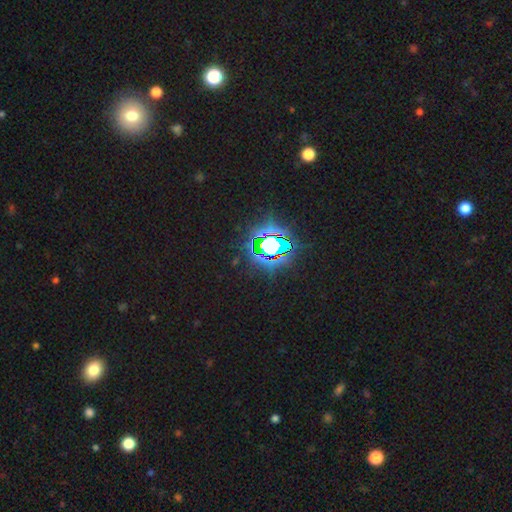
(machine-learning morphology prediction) A star or artifact, not a galaxy (83%).

Vote fractions:
- Smooth or featured? star or artifact: 83% / smooth: 10% / featured or disk: 7%